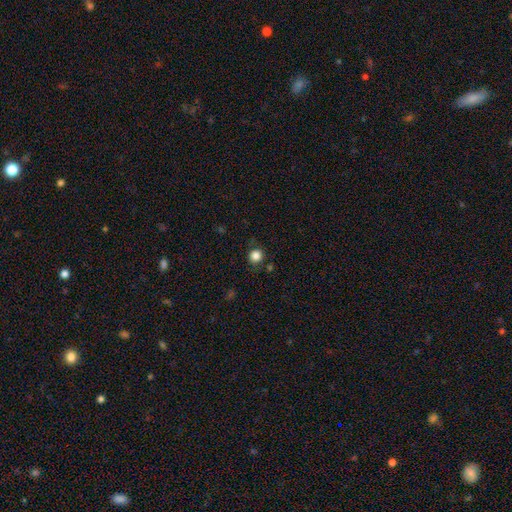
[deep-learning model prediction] The model was most divided on "smooth or featured": smooth: 84%, star or artifact: 12%, featured or disk: 4%. More confident: how rounded — round (93%); merging — none (86%).